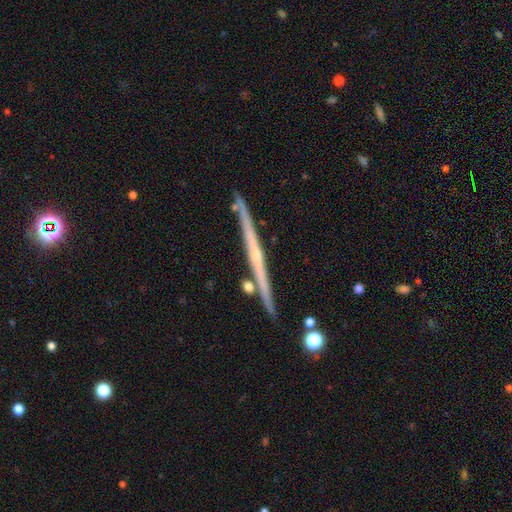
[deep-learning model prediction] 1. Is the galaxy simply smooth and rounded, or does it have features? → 79% featured or disk, 15% smooth, 6% star or artifact.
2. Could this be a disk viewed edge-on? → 98% yes, 2% no.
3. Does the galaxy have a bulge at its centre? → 51% none, 44% rounded, 5% boxy.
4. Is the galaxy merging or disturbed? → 87% none, 8% minor disturbance, 3% merger, 2% major disturbance.